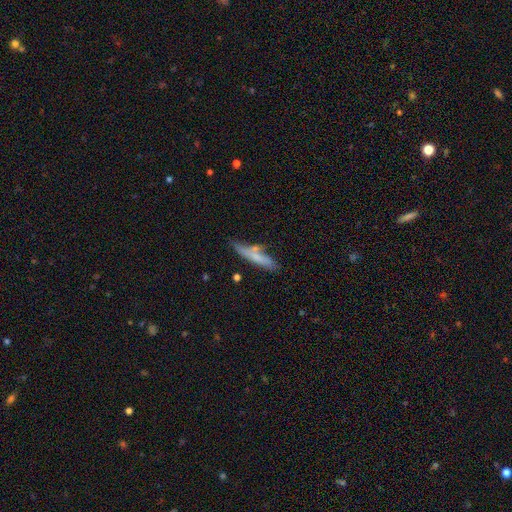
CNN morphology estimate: Smooth or featured? smooth (61%)
How rounded? cigar-shaped (84%)
Merging? none (57%)